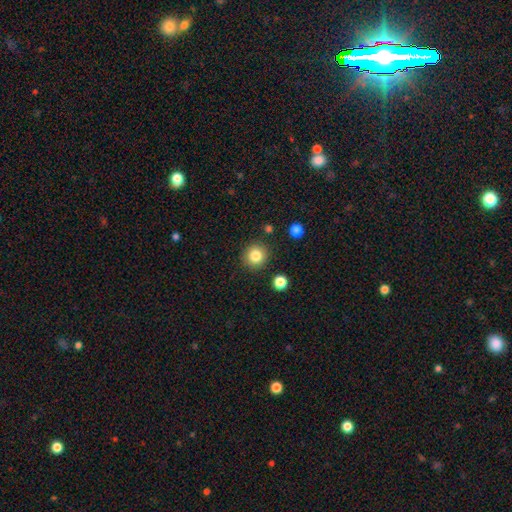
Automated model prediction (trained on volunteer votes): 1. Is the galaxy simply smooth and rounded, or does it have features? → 83% smooth, 11% star or artifact, 6% featured or disk.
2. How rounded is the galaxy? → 92% round, 7% in between, 1% cigar-shaped.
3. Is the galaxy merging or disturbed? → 89% none, 7% minor disturbance, 2% merger, 2% major disturbance.